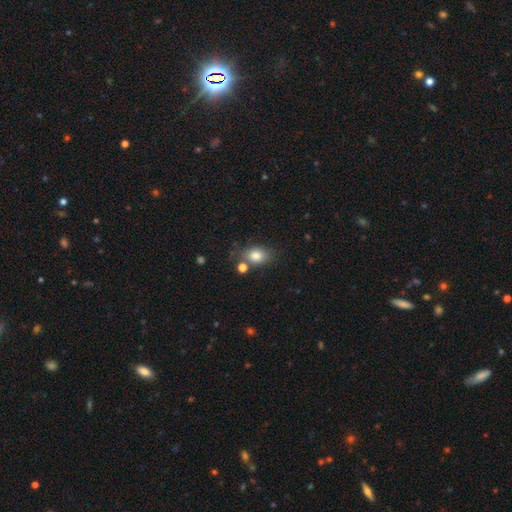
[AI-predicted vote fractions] Morphology: type=smooth (82%); roundness=in between (67%); merging=none (66%).